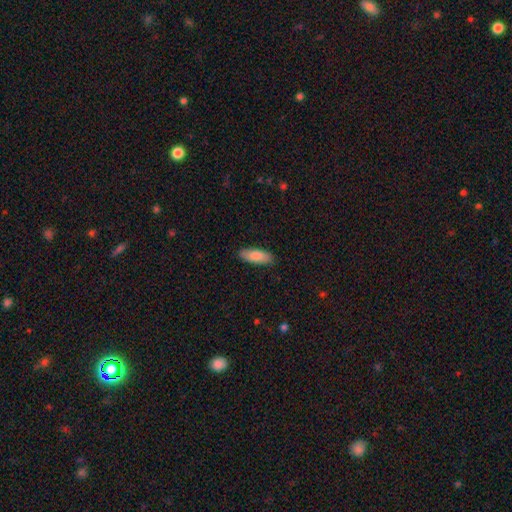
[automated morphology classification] A smooth galaxy with no disk features (82%) that is in between round and cigar-shaped (69%).

Vote fractions:
- Smooth or featured? smooth: 82% / featured or disk: 12% / star or artifact: 6%
- How rounded? in between: 69% / cigar-shaped: 29% / round: 2%
- Merging? none: 87% / minor disturbance: 10% / major disturbance: 2% / merger: 1%